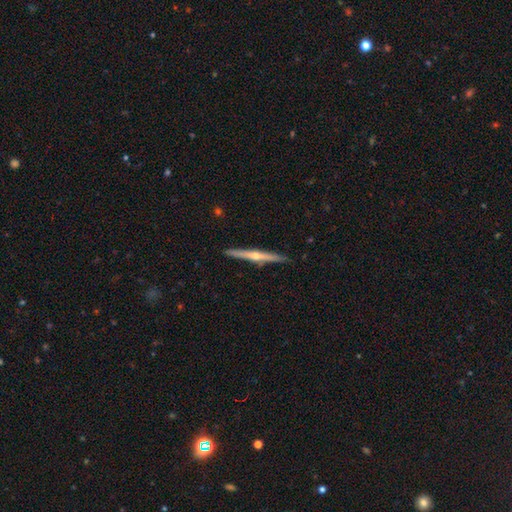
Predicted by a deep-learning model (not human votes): Q: Smooth or featured?
A: featured or disk (75%); runner-up: smooth (20%)
Q: Edge-on disk?
A: yes (98%); runner-up: no (2%)
Q: Edge-on bulge?
A: rounded (85%); runner-up: none (12%)
Q: Merging?
A: none (91%); runner-up: minor disturbance (7%)